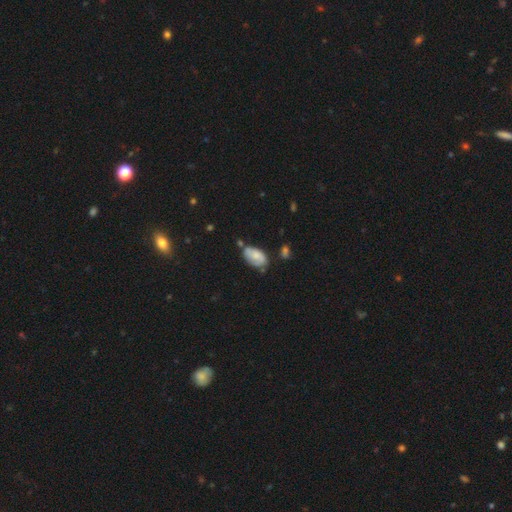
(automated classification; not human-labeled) Smooth or featured?
  - smooth: 61% *
  - featured or disk: 32%
  - star or artifact: 8%
How rounded?
  - in between: 92% *
  - round: 6%
  - cigar-shaped: 2%
Merging?
  - none: 52% *
  - minor disturbance: 30%
  - merger: 10%
  - major disturbance: 8%